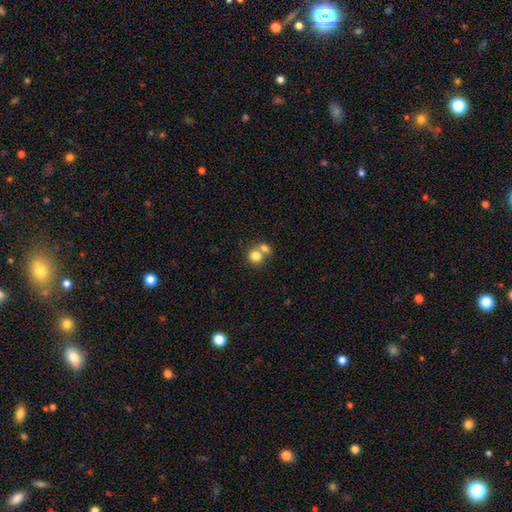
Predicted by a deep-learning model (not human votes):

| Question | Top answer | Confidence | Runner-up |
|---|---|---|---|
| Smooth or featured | smooth | 80% | featured or disk (11%) |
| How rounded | round | 77% | in between (22%) |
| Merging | merger | 50% | none (40%) |